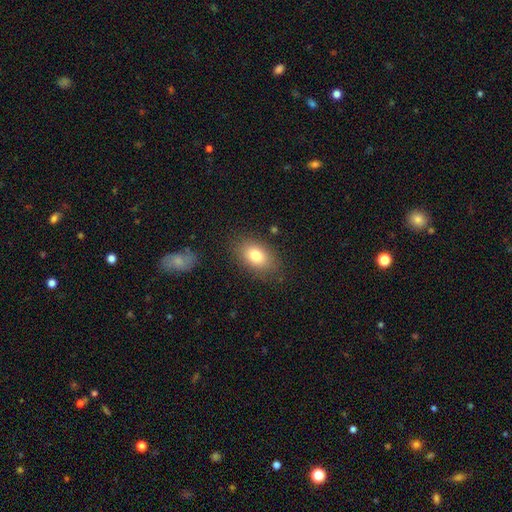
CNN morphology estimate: This is likely a smooth galaxy (80%). How rounded: clearly in between (85%). Merging: clearly none (83%).